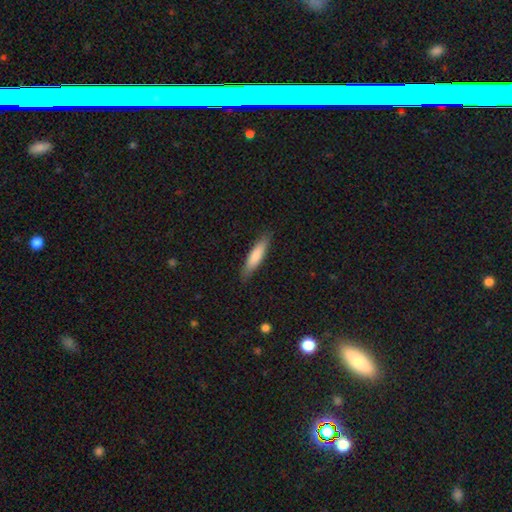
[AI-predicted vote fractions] This appears to be a smooth galaxy with no disk features (79%) that is cigar-shaped (75%). Merging: none (86%).